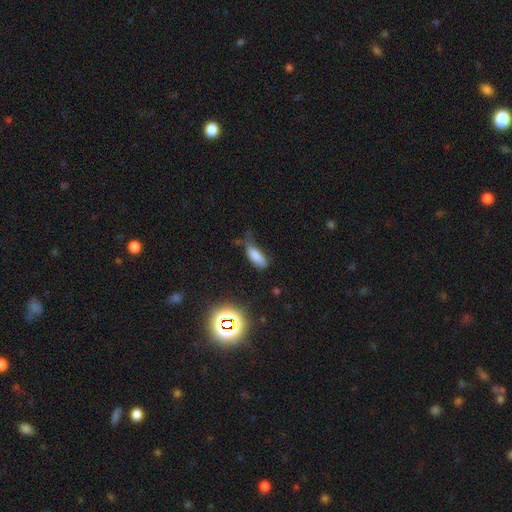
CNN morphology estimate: type=smooth (76%); roundness=in between (73%); merging=none (39%).